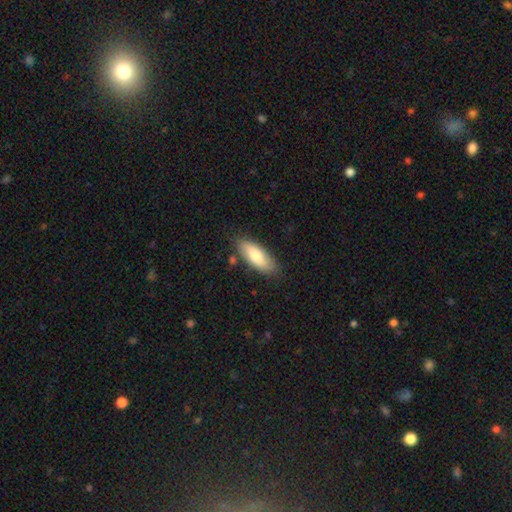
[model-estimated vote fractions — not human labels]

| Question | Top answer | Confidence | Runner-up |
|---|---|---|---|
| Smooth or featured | smooth | 76% | featured or disk (18%) |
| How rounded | in between | 73% | cigar-shaped (25%) |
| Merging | none | 82% | minor disturbance (13%) |